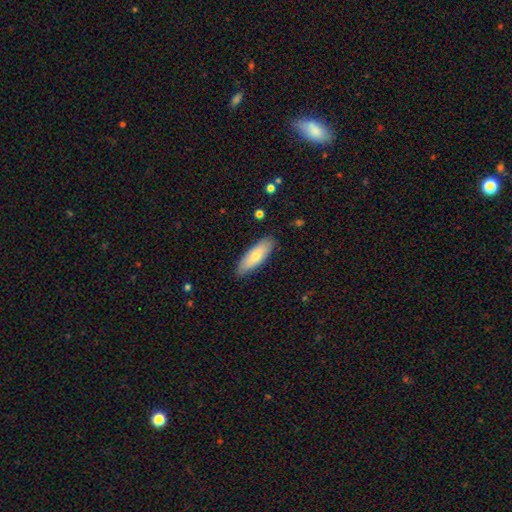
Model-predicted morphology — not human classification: Smooth or featured?
  - smooth: 76% *
  - featured or disk: 19%
  - star or artifact: 5%
How rounded?
  - in between: 62% *
  - cigar-shaped: 36%
  - round: 2%
Merging?
  - none: 86% *
  - minor disturbance: 11%
  - major disturbance: 2%
  - merger: 1%